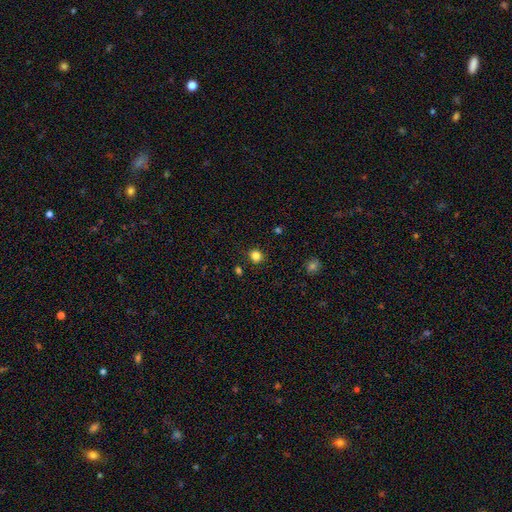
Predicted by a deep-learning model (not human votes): A smooth galaxy with no disk features (82%) that is round (90%). Merging: none (89%).